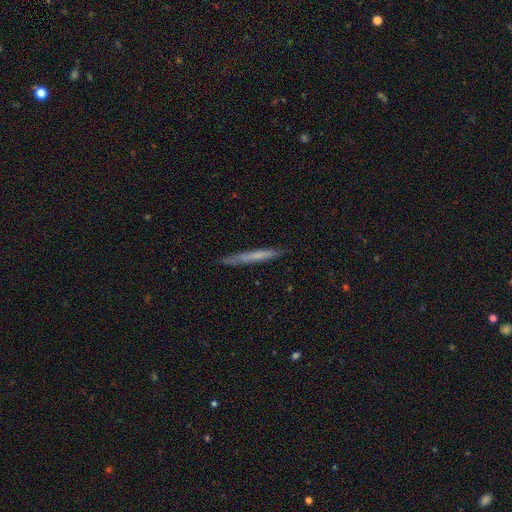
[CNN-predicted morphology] Overall: smooth (56%; featured or disk 37%). How rounded: cigar-shaped (96%). Merging: none (86%).